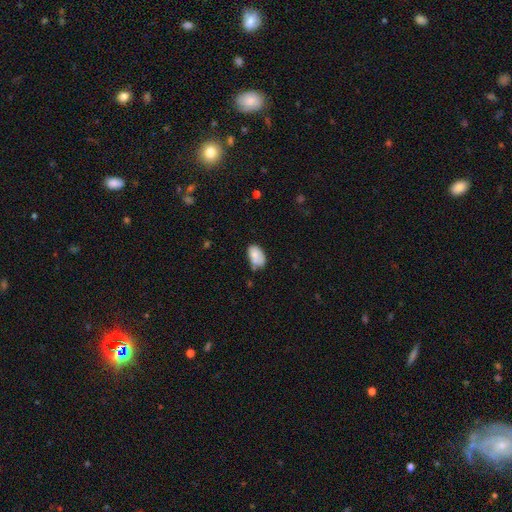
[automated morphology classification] Q: Smooth or featured?
A: smooth (77%); runner-up: featured or disk (15%)
Q: How rounded?
A: in between (91%); runner-up: round (7%)
Q: Merging?
A: none (48%); runner-up: minor disturbance (33%)